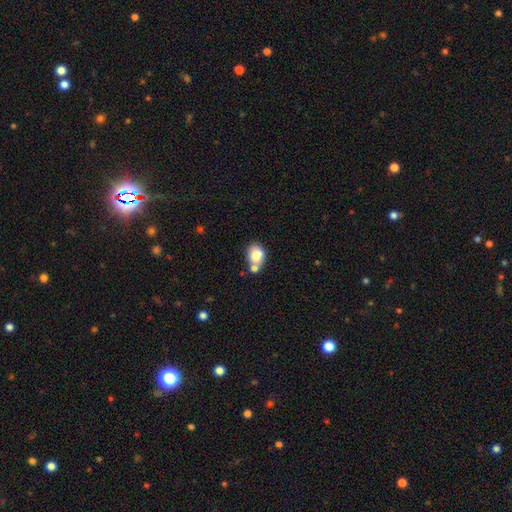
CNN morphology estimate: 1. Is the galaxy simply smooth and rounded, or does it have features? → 76% smooth, 15% featured or disk, 9% star or artifact.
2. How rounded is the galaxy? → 57% in between, 42% round, 1% cigar-shaped.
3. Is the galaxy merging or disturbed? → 43% none, 36% merger, 15% minor disturbance, 6% major disturbance.